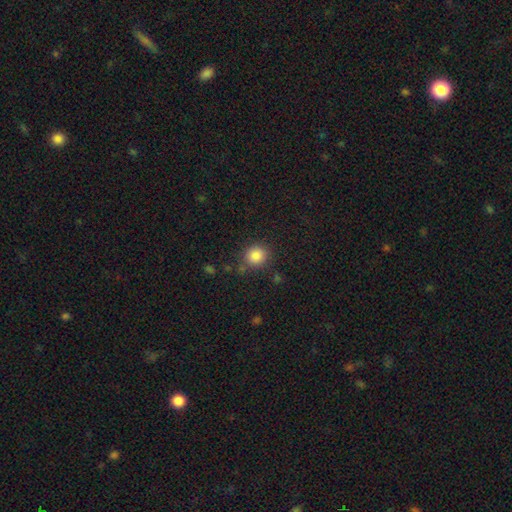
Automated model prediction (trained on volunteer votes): smooth_or_featured: smooth (p=0.85) [alt: star or artifact p=0.10]
how_rounded: round (p=0.84) [alt: in between p=0.15]
merging: none (p=0.81) [alt: minor disturbance p=0.11]